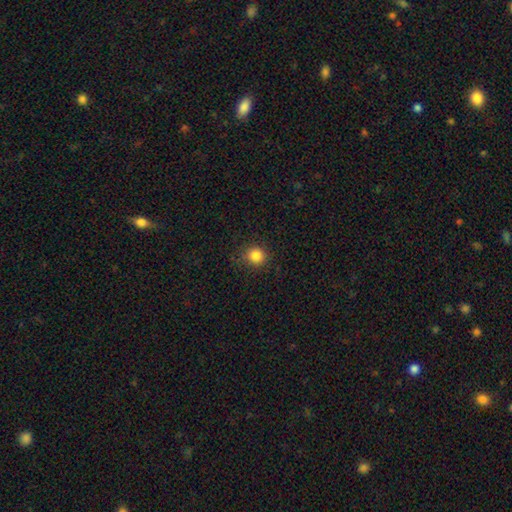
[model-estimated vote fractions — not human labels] Morphology: type=smooth (85%); roundness=round (89%); merging=none (88%).